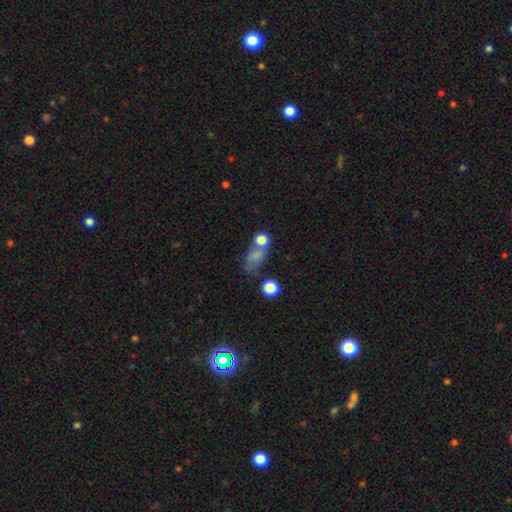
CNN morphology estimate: Q: Smooth or featured?
A: smooth (70%); runner-up: featured or disk (15%)
Q: How rounded?
A: in between (69%); runner-up: round (25%)
Q: Merging?
A: none (36%); runner-up: merger (31%)